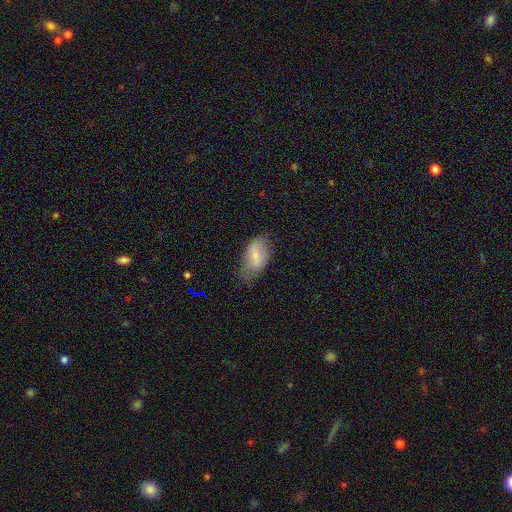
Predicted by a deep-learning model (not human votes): A smooth galaxy with no disk features (64%) that is in between round and cigar-shaped (92%). Merging: none (62%).